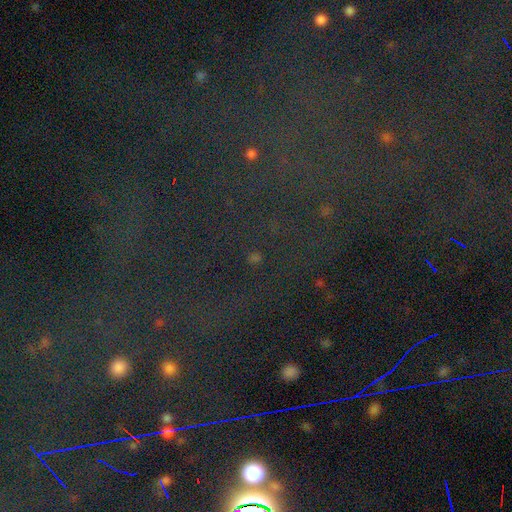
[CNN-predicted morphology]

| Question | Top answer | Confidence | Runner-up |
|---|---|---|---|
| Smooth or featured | star or artifact | 79% | smooth (12%) |